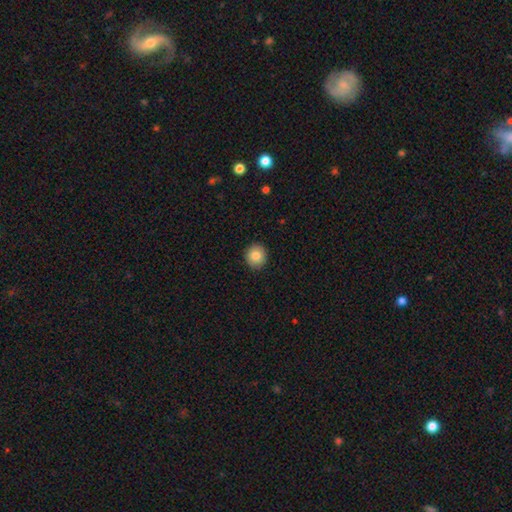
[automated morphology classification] smooth-or-featured: smooth: 83% | star or artifact: 9% | featured or disk: 8%
  how-rounded: round: 88% | in between: 11% | cigar-shaped: 1%
  merging: none: 92% | minor disturbance: 6% | major disturbance: 2% | merger: 1%